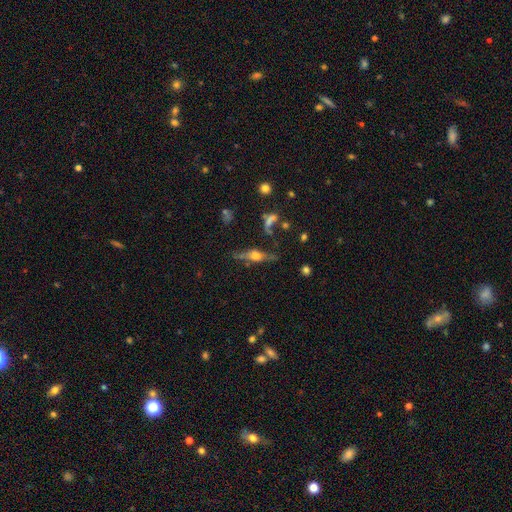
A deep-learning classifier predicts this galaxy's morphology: Smooth or featured? Predicted: featured or disk (p=0.60). Edge-on disk? Predicted: yes (p=0.85). Edge-on bulge? Predicted: rounded (p=0.89). Merging? Predicted: none (p=0.65).